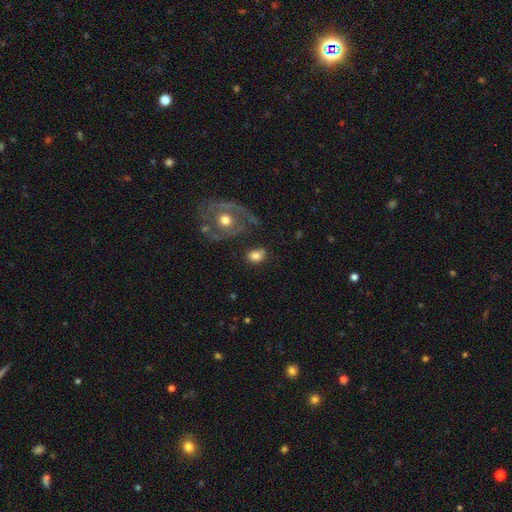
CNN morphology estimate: Q: Smooth or featured?
A: smooth (76%); runner-up: featured or disk (15%)
Q: How rounded?
A: in between (57%); runner-up: round (41%)
Q: Merging?
A: none (66%); runner-up: minor disturbance (18%)